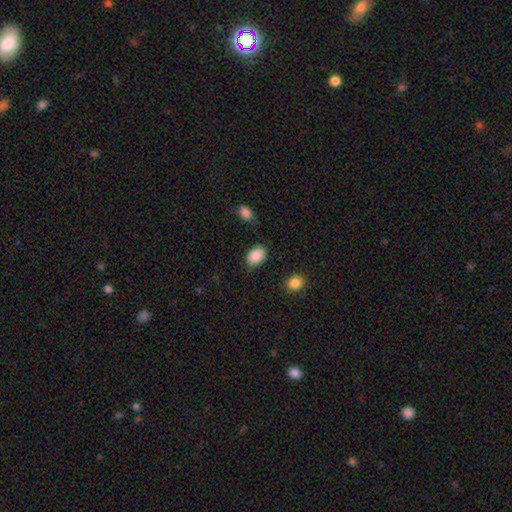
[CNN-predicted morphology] type=smooth (88%); roundness=in between (85%); merging=none (77%).